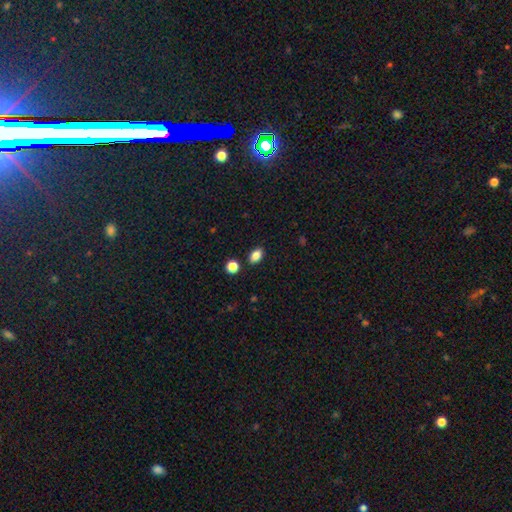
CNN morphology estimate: Smooth or featured? smooth (84%)
How rounded? in between (85%)
Merging? none (85%)